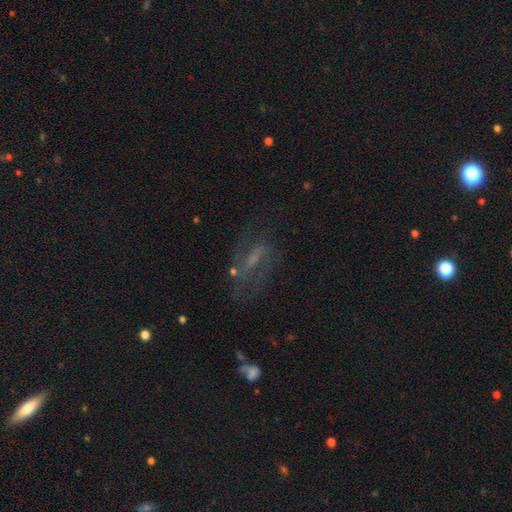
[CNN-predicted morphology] This appears to be a featured or disk galaxy (65%) with a weak bar (42%), spiral arms (76%) and no central bulge (35%, tied with small). Merging: none (57%).